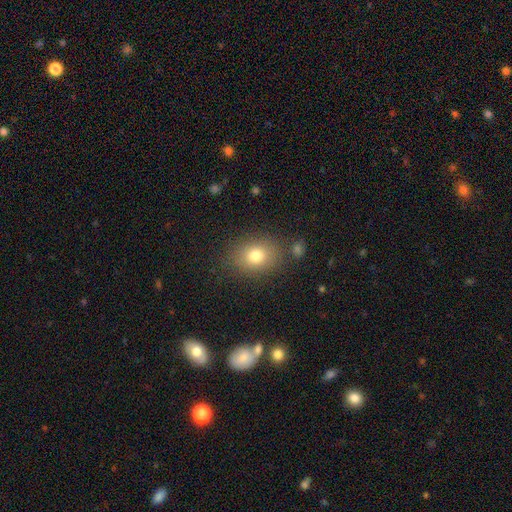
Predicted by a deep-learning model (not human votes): smooth_or_featured: smooth (p=0.77) [alt: star or artifact p=0.12]
how_rounded: in between (p=0.59) [alt: round p=0.40]
merging: none (p=0.81) [alt: minor disturbance p=0.11]